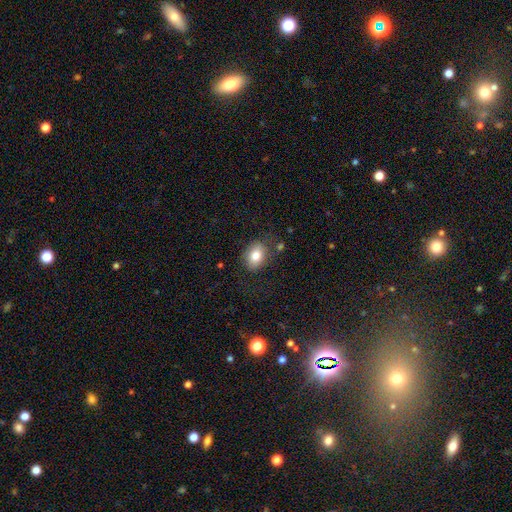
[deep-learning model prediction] The model was most divided on "how rounded": in between: 73%, round: 26%, cigar-shaped: 1%. More confident: smooth or featured — smooth (81%); merging — none (77%).